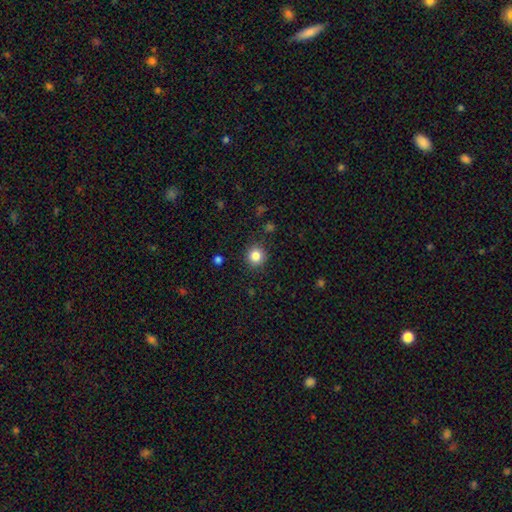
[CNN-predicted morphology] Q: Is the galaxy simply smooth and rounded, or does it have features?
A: smooth — 84%.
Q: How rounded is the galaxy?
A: round — 93%.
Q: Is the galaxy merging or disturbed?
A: none — 90%.